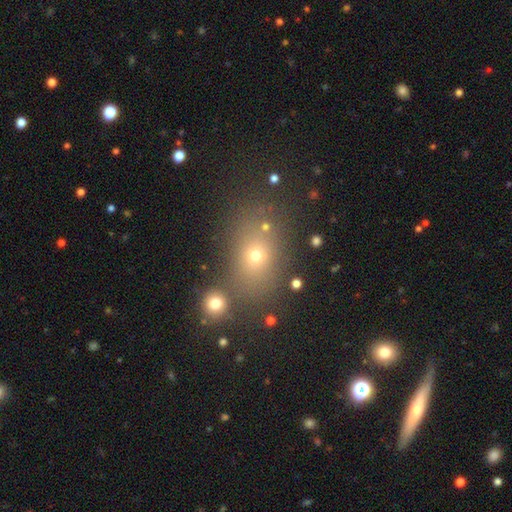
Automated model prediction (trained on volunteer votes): This appears to be a smooth galaxy with no disk features (59%) that is in between round and cigar-shaped (60%). Merging: none (72%).